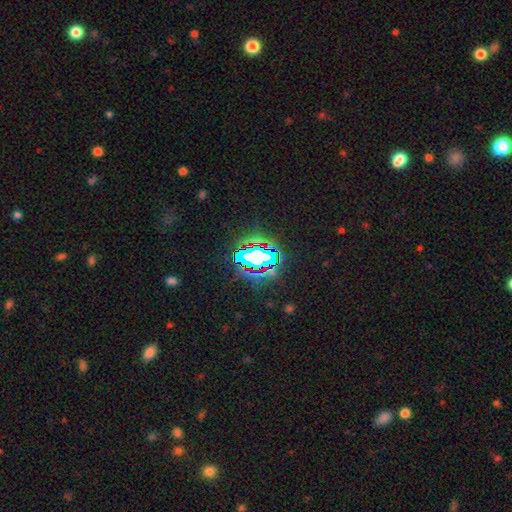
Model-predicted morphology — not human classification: A star or artifact, not a galaxy (68%).

Vote fractions:
- Smooth or featured? star or artifact: 68% / smooth: 19% / featured or disk: 13%